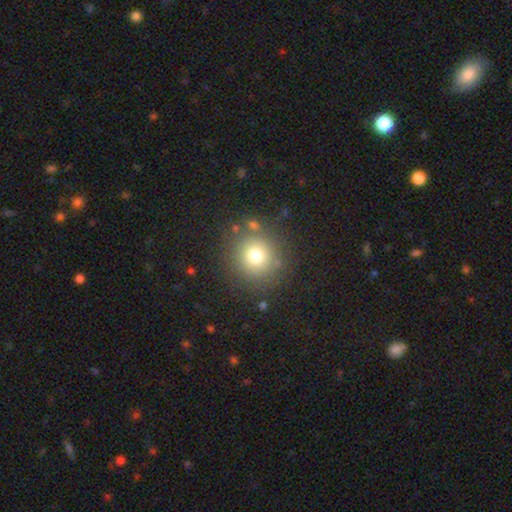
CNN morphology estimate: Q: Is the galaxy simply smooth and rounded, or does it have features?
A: smooth — 73%.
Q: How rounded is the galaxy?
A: round — 92%.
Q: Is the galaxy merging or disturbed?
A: none — 83%.